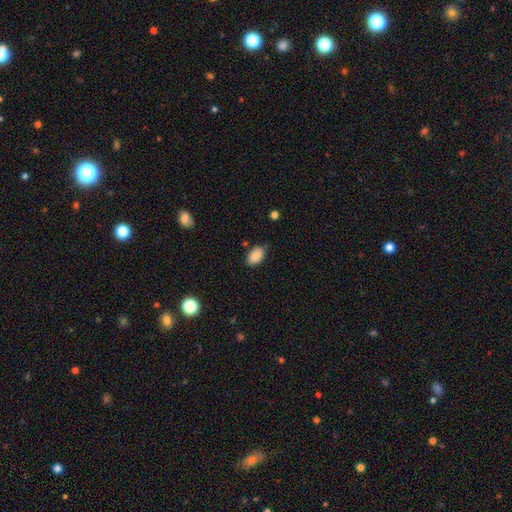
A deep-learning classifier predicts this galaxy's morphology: Smooth or featured: smooth — 88% (star or artifact — 7%)
How rounded: in between — 91% (round — 8%)
Merging: none — 76% (minor disturbance — 19%)